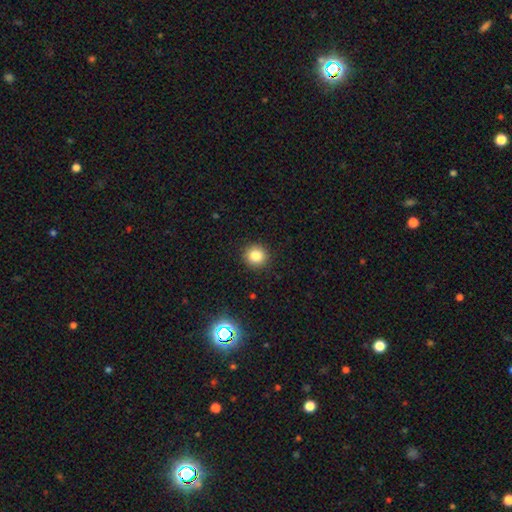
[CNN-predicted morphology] Smooth or featured? smooth (82%)
How rounded? round (91%)
Merging? none (92%)